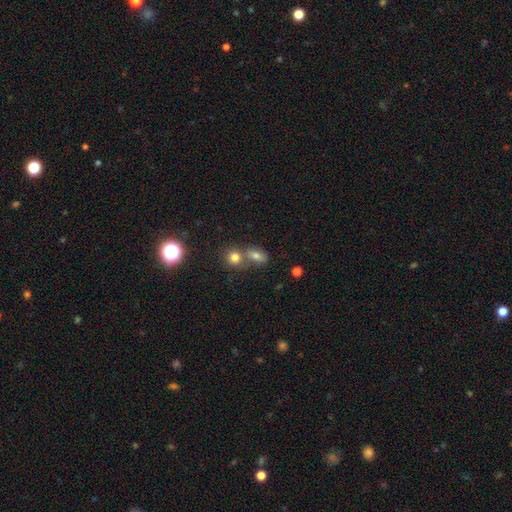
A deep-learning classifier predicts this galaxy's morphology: The model was most divided on "merging": none: 46%, merger: 42%, minor disturbance: 8%, major disturbance: 3%. More confident: smooth or featured — smooth (66%); how rounded — in between (52%).